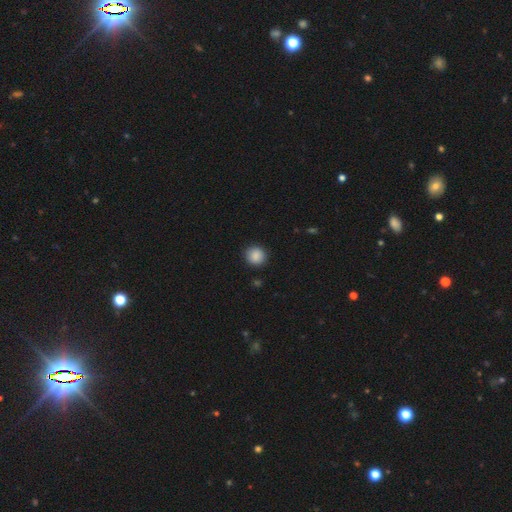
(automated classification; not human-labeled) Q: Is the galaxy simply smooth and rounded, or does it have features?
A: smooth — 88%.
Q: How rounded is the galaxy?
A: round — 89%.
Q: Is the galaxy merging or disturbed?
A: none — 89%.